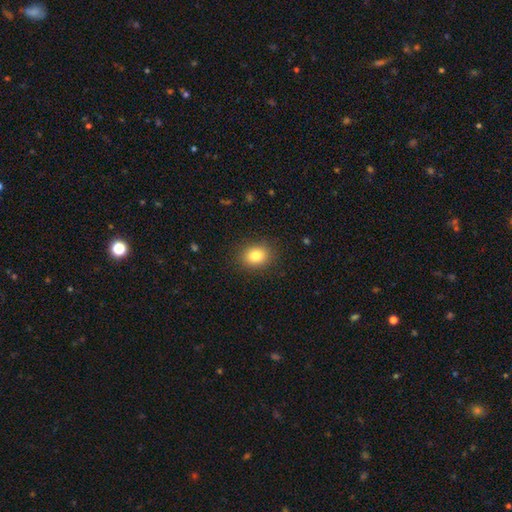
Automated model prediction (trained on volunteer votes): smooth-or-featured: smooth: 83% | star or artifact: 10% | featured or disk: 7%
  how-rounded: in between: 55% | round: 44% | cigar-shaped: 1%
  merging: none: 87% | minor disturbance: 9% | major disturbance: 3% | merger: 1%